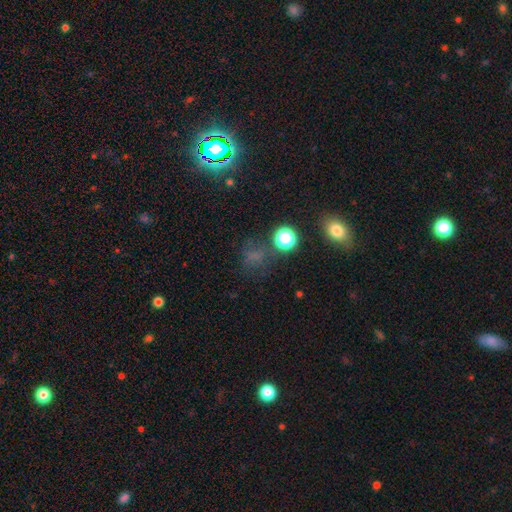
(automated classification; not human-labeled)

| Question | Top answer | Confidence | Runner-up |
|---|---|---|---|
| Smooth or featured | smooth | 53% | star or artifact (36%) |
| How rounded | round | 65% | in between (33%) |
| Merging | none | 59% | minor disturbance (18%) |